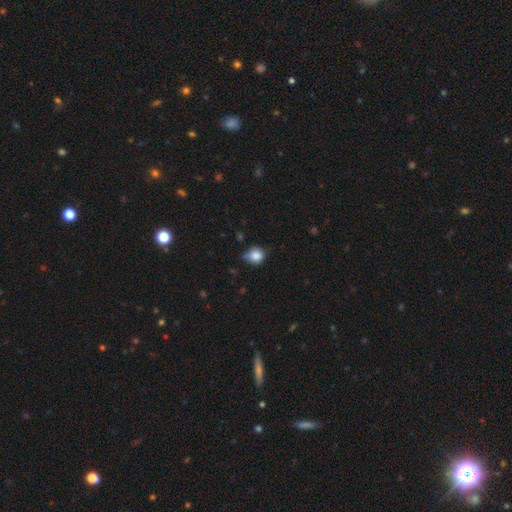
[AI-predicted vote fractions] smooth 83%, star or artifact 10%, featured or disk 7%. Down the decision tree: how rounded — round (79%); merging — none (57%).